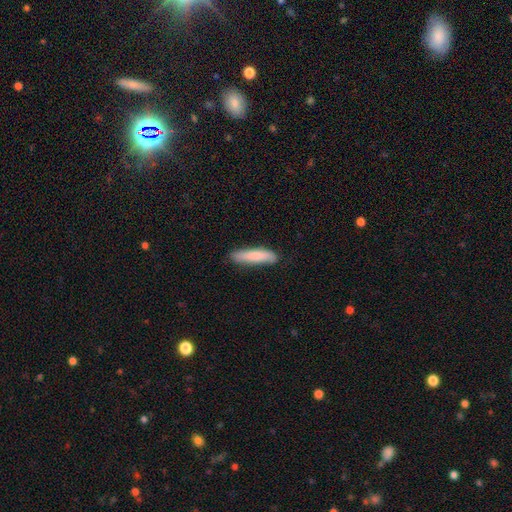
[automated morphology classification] smooth 82%, featured or disk 13%, star or artifact 5%. Down the decision tree: how rounded — cigar-shaped (82%); merging — none (83%).